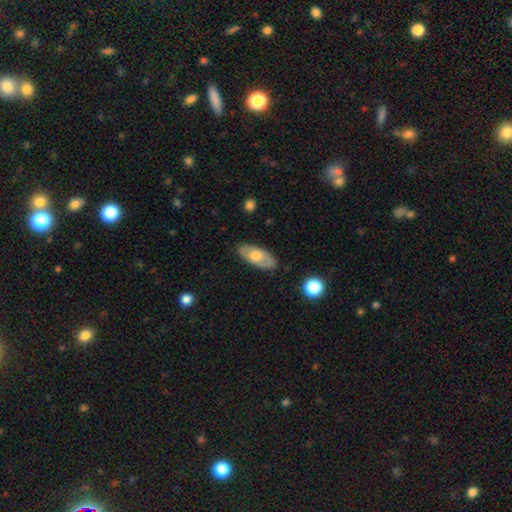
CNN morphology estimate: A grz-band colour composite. It shows a smooth galaxy with no disk features (55%) that is in between round and cigar-shaped (87%). Merging: none (83%).